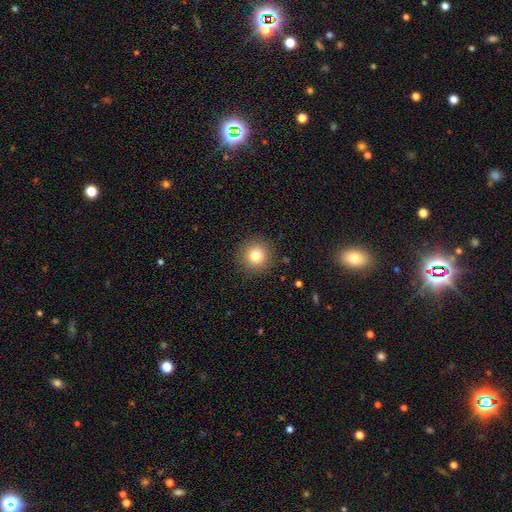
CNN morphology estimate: This appears to be a smooth galaxy with no disk features (80%) that is round (95%). Merging: none (91%).